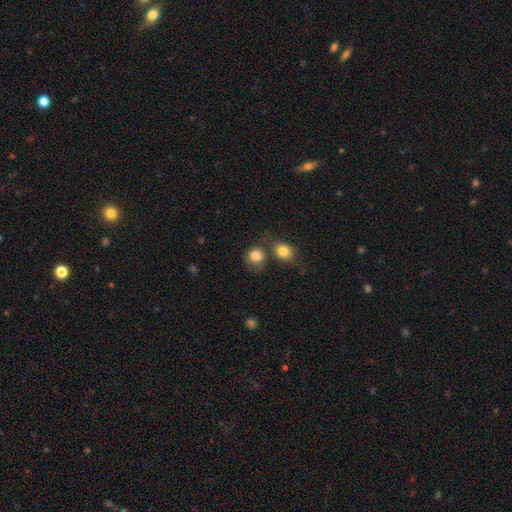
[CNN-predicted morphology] A smooth galaxy with no disk features (83%) that is round (78%). Merging: none (58%).